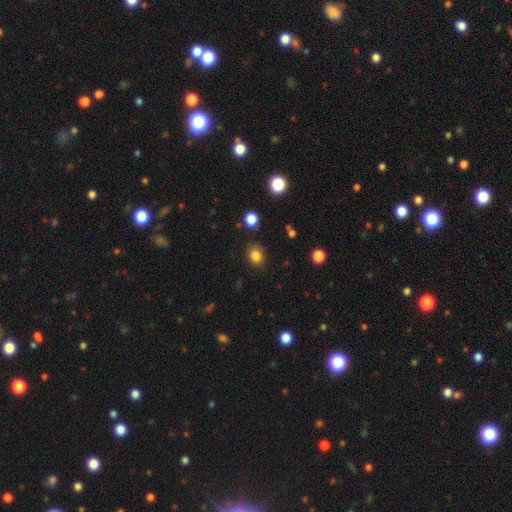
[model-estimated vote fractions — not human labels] Smooth or featured?
  - smooth: 83% *
  - star or artifact: 12%
  - featured or disk: 5%
How rounded?
  - round: 58% *
  - in between: 41%
  - cigar-shaped: 1%
Merging?
  - none: 82% *
  - minor disturbance: 13%
  - major disturbance: 3%
  - merger: 2%